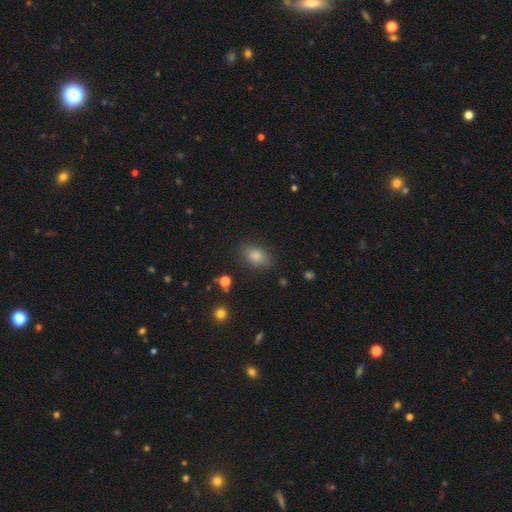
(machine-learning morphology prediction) Overall: smooth (79%). How rounded: in between (84%). Merging: none (86%).